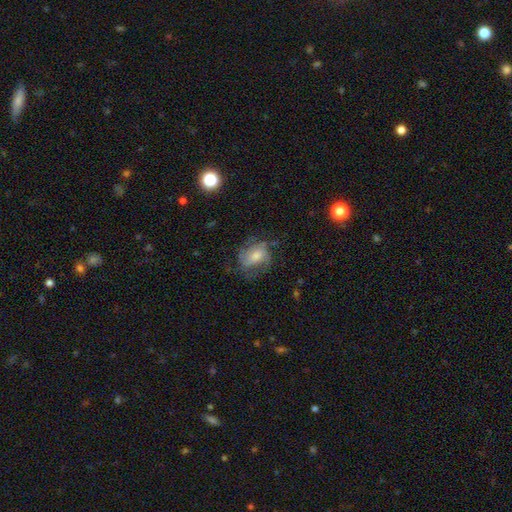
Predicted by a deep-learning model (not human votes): Smooth or featured? featured or disk (64%)
Edge-on disk? no (97%)
Bar? no (59%)
Spiral arms? yes (87%)
Spiral winding? medium (47%)
Spiral arm count? 2 (38%)
Bulge size? moderate (45%)
Merging? none (55%)